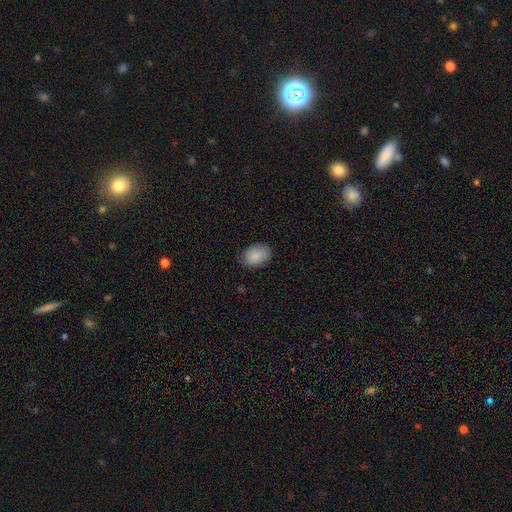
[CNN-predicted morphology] Q: Smooth or featured?
A: smooth (87%); runner-up: star or artifact (7%)
Q: How rounded?
A: in between (78%); runner-up: round (21%)
Q: Merging?
A: none (81%); runner-up: minor disturbance (15%)